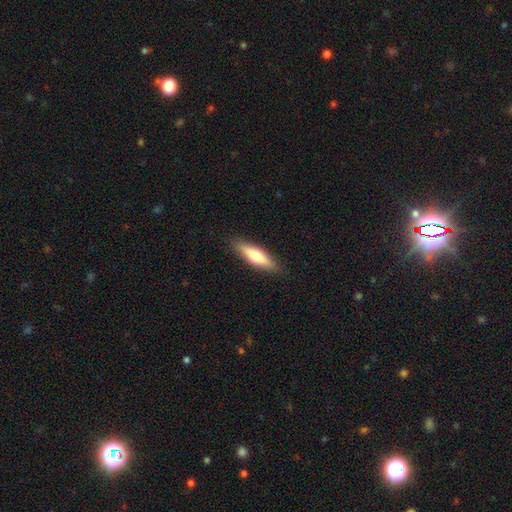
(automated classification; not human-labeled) Smooth or featured: smooth — 66% (featured or disk — 29%)
How rounded: cigar-shaped — 66% (in between — 33%)
Merging: none — 88% (minor disturbance — 9%)